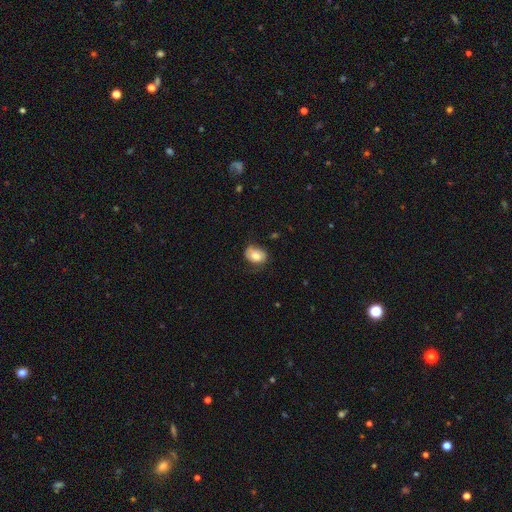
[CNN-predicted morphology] Smooth or featured?
  - smooth: 75% *
  - featured or disk: 17%
  - star or artifact: 8%
How rounded?
  - in between: 78% *
  - round: 21%
  - cigar-shaped: 1%
Merging?
  - none: 60% *
  - minor disturbance: 29%
  - major disturbance: 10%
  - merger: 1%